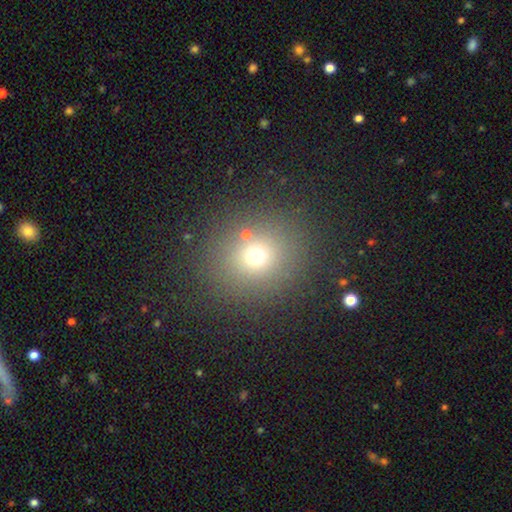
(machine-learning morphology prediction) Smooth or featured? smooth (67%)
How rounded? round (87%)
Merging? none (84%)